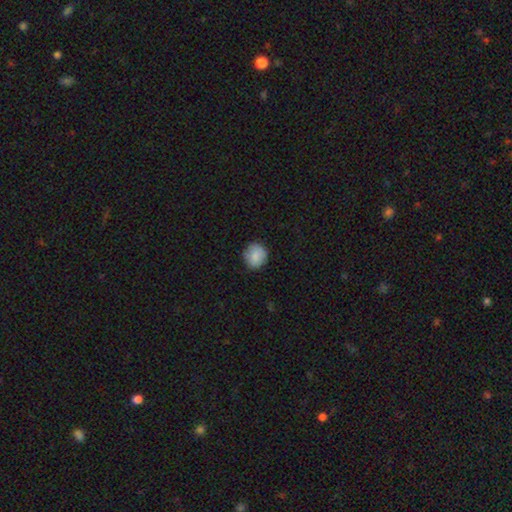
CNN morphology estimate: smooth-or-featured: smooth: 85% | star or artifact: 8% | featured or disk: 7%
  how-rounded: round: 89% | in between: 10% | cigar-shaped: 1%
  merging: none: 83% | minor disturbance: 13% | major disturbance: 3% | merger: 1%